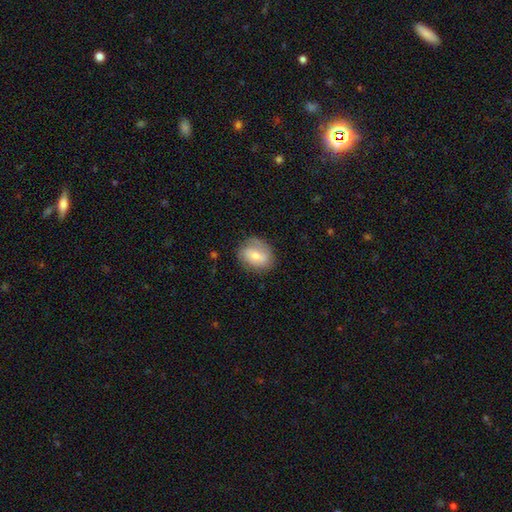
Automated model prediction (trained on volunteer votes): smooth-or-featured: smooth: 59% | featured or disk: 33% | star or artifact: 7%
  how-rounded: round: 50% | in between: 48% | cigar-shaped: 1%
  merging: none: 73% | minor disturbance: 19% | major disturbance: 6% | merger: 1%